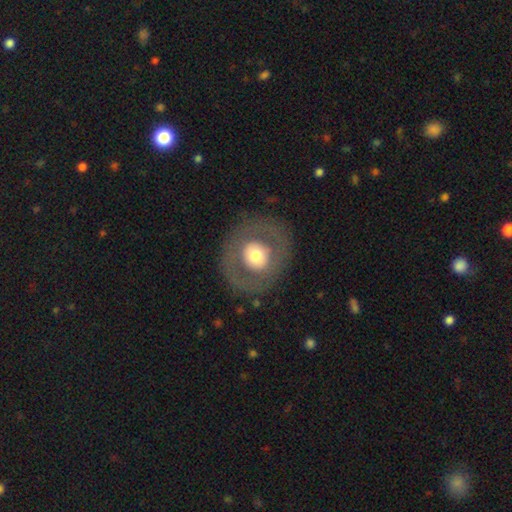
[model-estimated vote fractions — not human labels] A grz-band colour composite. It shows a smooth galaxy with no disk features (49%). Merging: none (81%).